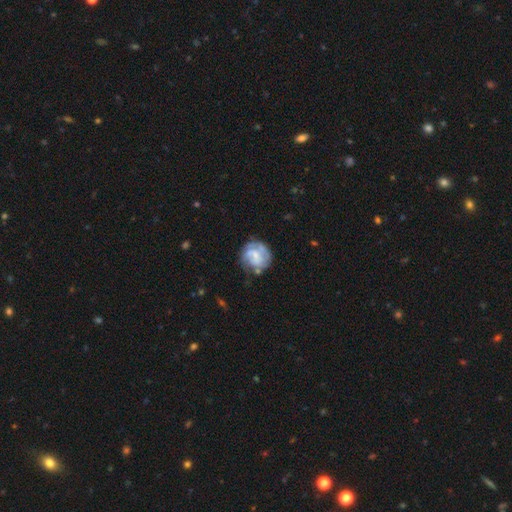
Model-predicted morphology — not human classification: This is likely a featured or disk galaxy (65%). It is clearly not viewed edge-on (98%). Bar: possibly no (52%). Spiral arm pattern: likely yes (77%). Central bulge: possibly small (45%). Merging: possibly none (58%).